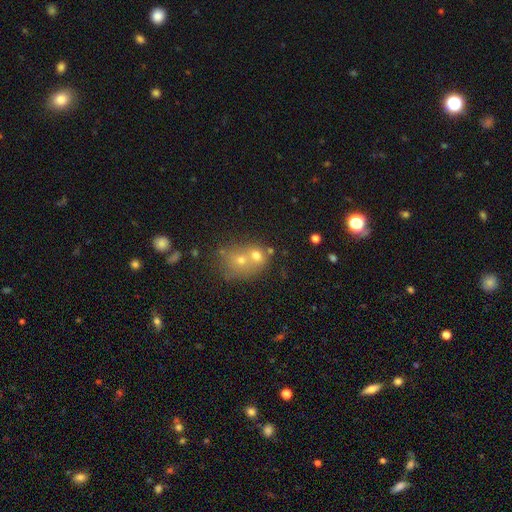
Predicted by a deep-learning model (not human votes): Smooth or featured? Predicted: smooth (p=0.51). How rounded? Predicted: round (p=0.63). Merging? Predicted: none (p=0.44).